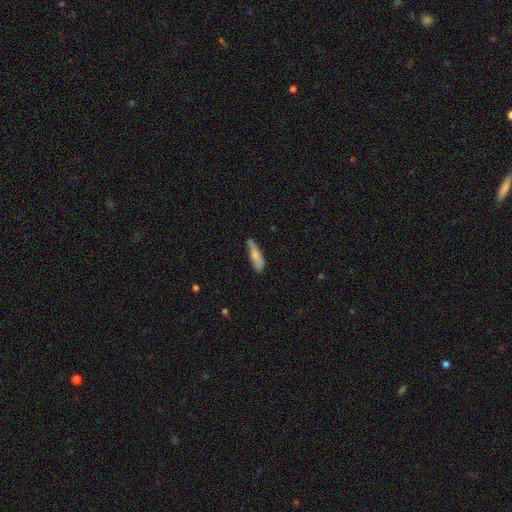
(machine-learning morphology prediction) smooth-or-featured: smooth: 74% | featured or disk: 20% | star or artifact: 6%
  how-rounded: cigar-shaped: 61% | in between: 37% | round: 2%
  merging: none: 57% | minor disturbance: 31% | major disturbance: 8% | merger: 4%